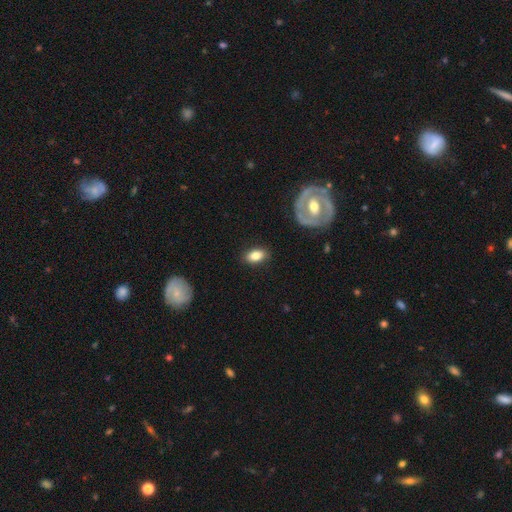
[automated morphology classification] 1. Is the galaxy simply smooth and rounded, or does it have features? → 81% smooth, 12% featured or disk, 8% star or artifact.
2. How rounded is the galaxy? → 88% in between, 8% round, 4% cigar-shaped.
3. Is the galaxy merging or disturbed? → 85% none, 11% minor disturbance, 3% major disturbance, 1% merger.